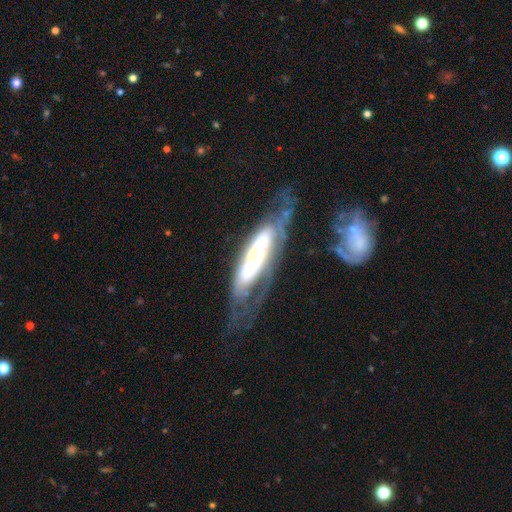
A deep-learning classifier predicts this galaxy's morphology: A featured or disk galaxy (69%). Merging: none (43%).